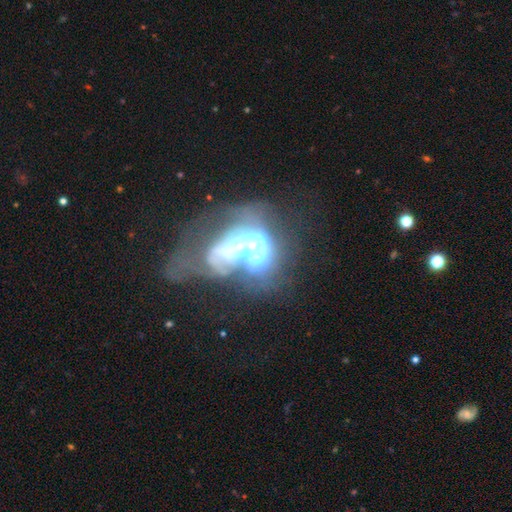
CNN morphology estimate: Smooth or featured: featured or disk — 58% (star or artifact — 23%)
Edge-on disk: no — 92% (yes — 8%)
Bar: no — 69% (strong — 21%)
Spiral arms: no — 84% (yes — 16%)
Bulge size: large — 30% (dominant — 25%)
Merging: merger — 52% (major disturbance — 28%)